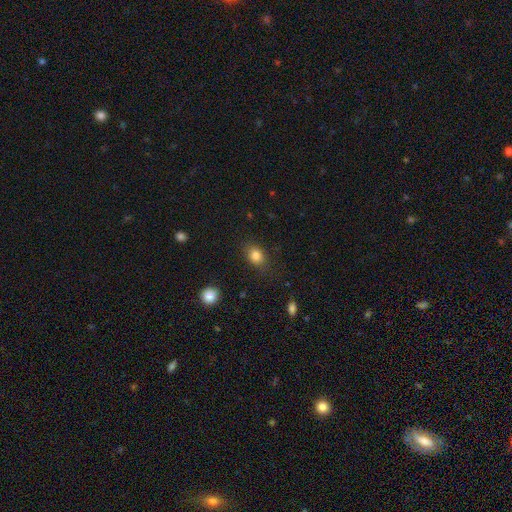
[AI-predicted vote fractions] A smooth galaxy with no disk features (83%) that is in between round and cigar-shaped (55%). Merging: none (80%).